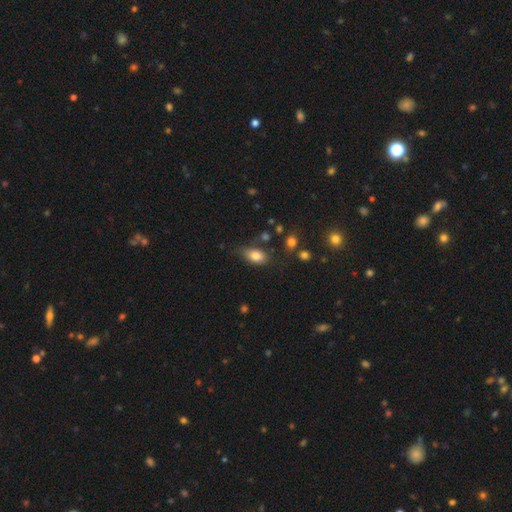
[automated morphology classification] The model was most divided on "merging": none: 62%, minor disturbance: 27%, major disturbance: 7%, merger: 4%. More confident: how rounded — in between (86%); smooth or featured — smooth (82%).